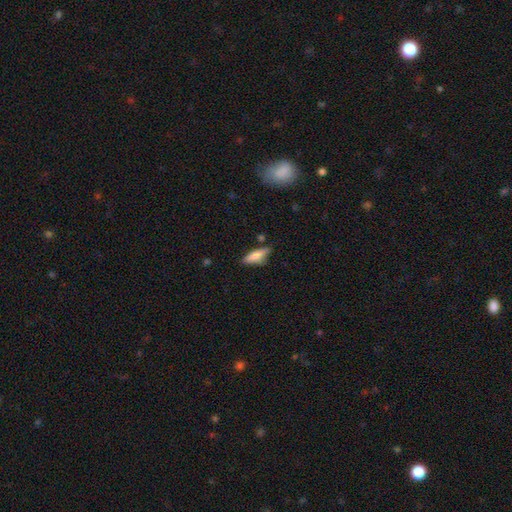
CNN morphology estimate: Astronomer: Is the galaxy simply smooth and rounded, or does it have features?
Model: smooth — 74%.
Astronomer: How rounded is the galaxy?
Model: cigar-shaped — 56% (runner-up: in between, 42%).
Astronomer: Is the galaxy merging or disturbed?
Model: none — 71%.